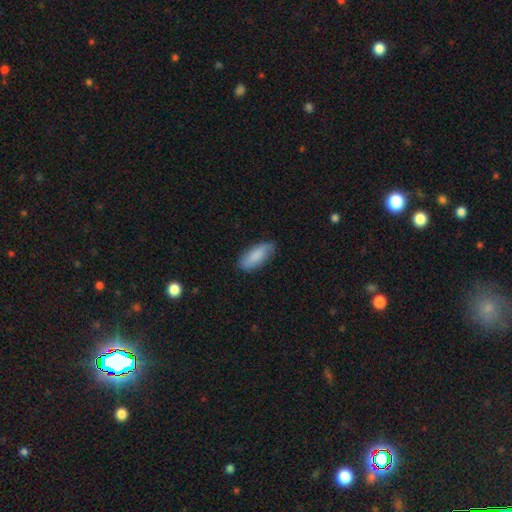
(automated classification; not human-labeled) Smooth or featured? smooth (85%)
How rounded? in between (78%)
Merging? none (79%)